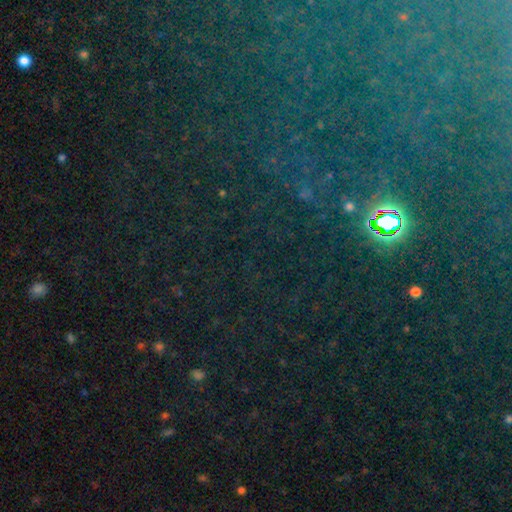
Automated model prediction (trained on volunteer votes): smooth_or_featured: star or artifact (p=0.83) [alt: smooth p=0.10]